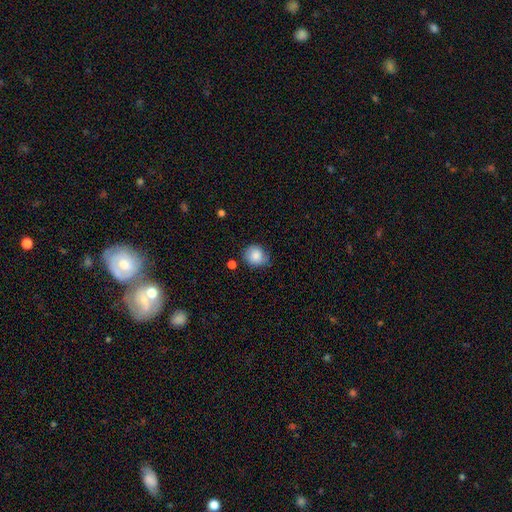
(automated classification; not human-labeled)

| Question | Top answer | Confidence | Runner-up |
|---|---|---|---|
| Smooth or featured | smooth | 84% | star or artifact (8%) |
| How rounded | round | 71% | in between (28%) |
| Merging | none | 67% | minor disturbance (24%) |